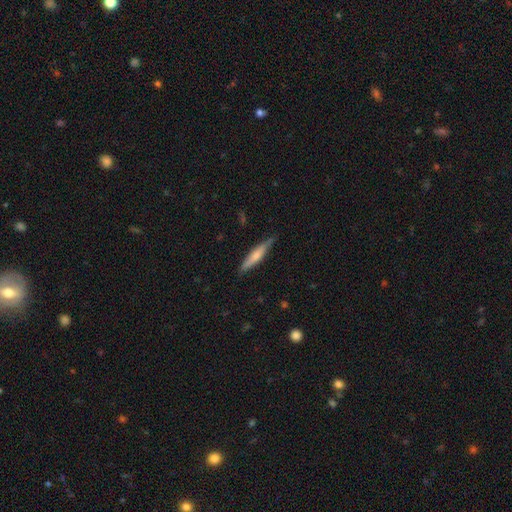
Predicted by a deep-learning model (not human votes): A smooth galaxy with no disk features (51%) that is cigar-shaped (86%).

Vote fractions:
- Smooth or featured? smooth: 51% / featured or disk: 43% / star or artifact: 6%
- How rounded? cigar-shaped: 86% / in between: 12% / round: 2%
- Merging? none: 81% / minor disturbance: 15% / major disturbance: 3% / merger: 1%